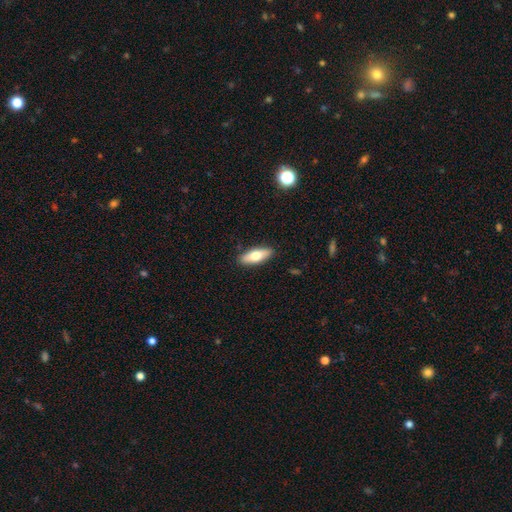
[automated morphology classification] This appears to be a smooth galaxy with no disk features (68%) that is in between round and cigar-shaped (65%). Merging: none (89%).